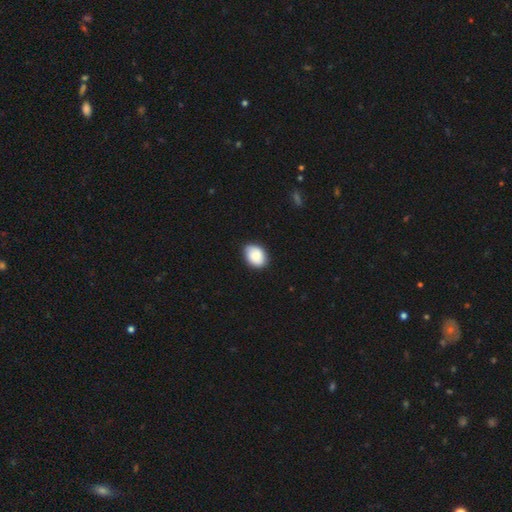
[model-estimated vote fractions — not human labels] smooth_or_featured: smooth (p=0.85) [alt: featured or disk p=0.09]
how_rounded: in between (p=0.74) [alt: round p=0.25]
merging: none (p=0.82) [alt: minor disturbance p=0.15]